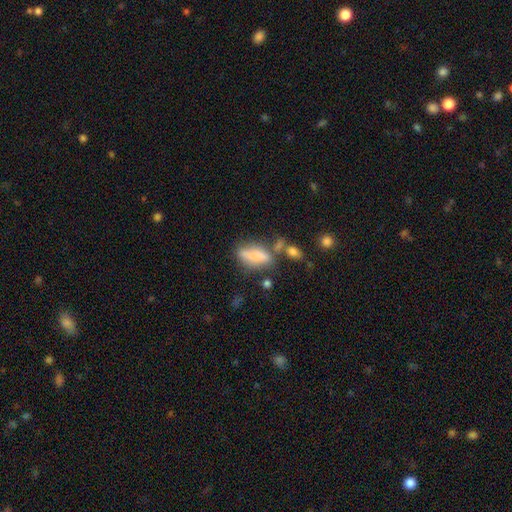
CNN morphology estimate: Overall: smooth (69%). How rounded: in between (70%). Merging: none (43%; minor disturbance 23%).